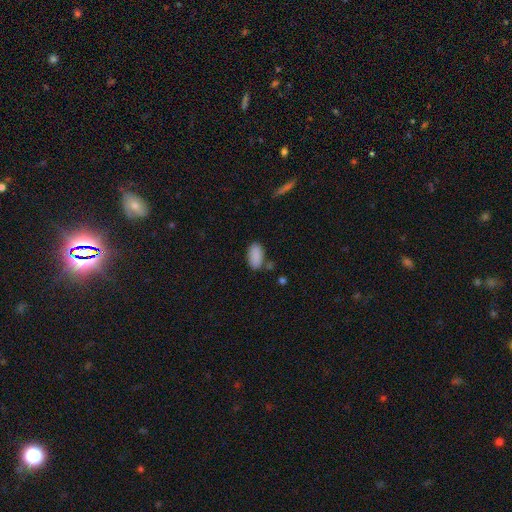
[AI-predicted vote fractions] Smooth or featured? smooth (88%)
How rounded? in between (94%)
Merging? none (75%)